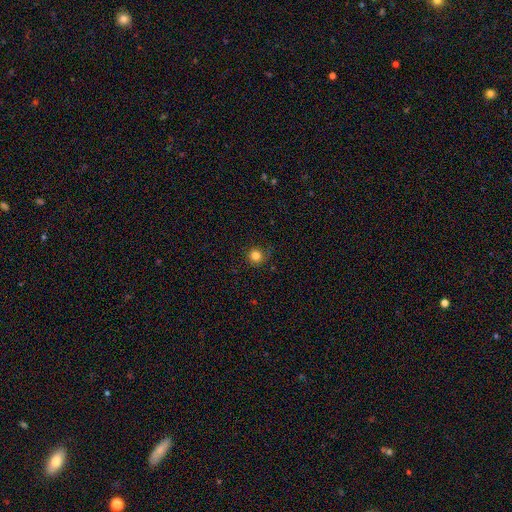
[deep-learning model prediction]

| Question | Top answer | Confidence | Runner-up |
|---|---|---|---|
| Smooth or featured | smooth | 83% | star or artifact (12%) |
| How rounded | round | 94% | in between (5%) |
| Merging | none | 84% | minor disturbance (12%) |